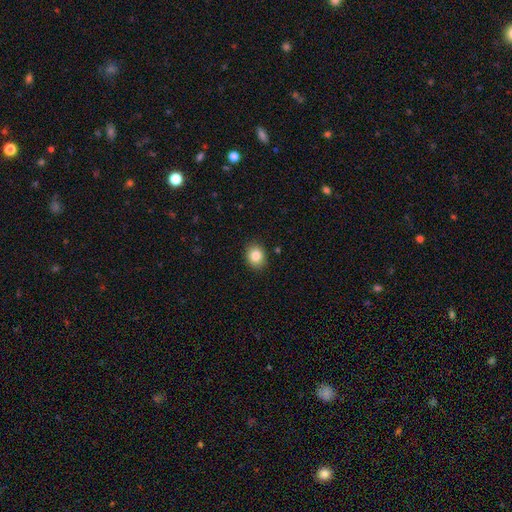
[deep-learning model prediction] Smooth or featured?
  - smooth: 85% *
  - star or artifact: 9%
  - featured or disk: 6%
How rounded?
  - round: 56% *
  - in between: 43%
  - cigar-shaped: 1%
Merging?
  - none: 89% *
  - minor disturbance: 8%
  - major disturbance: 2%
  - merger: 1%